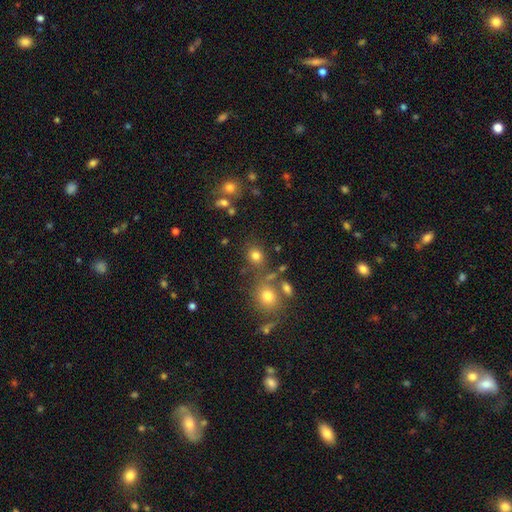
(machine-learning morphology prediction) Q: Smooth or featured?
A: smooth (77%); runner-up: star or artifact (15%)
Q: How rounded?
A: round (77%); runner-up: in between (22%)
Q: Merging?
A: none (72%); runner-up: merger (12%)